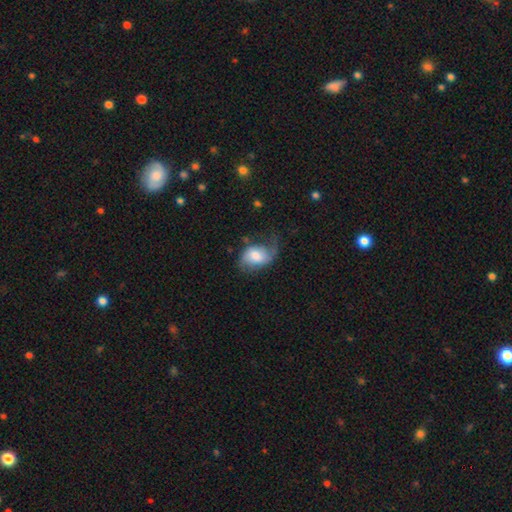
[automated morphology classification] This appears to be a smooth galaxy with no disk features (48%). Merging: none (39%).